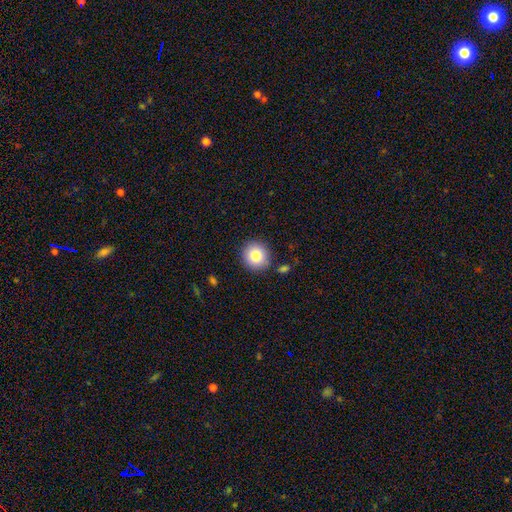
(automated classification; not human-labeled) smooth_or_featured: smooth (p=0.84) [alt: star or artifact p=0.09]
how_rounded: round (p=0.90) [alt: in between p=0.09]
merging: none (p=0.87) [alt: minor disturbance p=0.08]